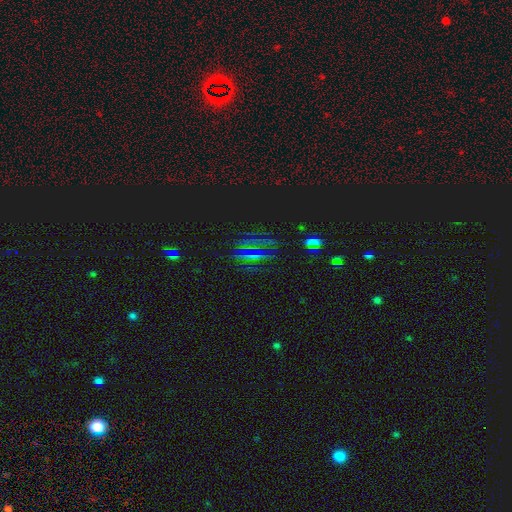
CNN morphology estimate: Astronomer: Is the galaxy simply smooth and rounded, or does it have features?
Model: star or artifact — 61%.